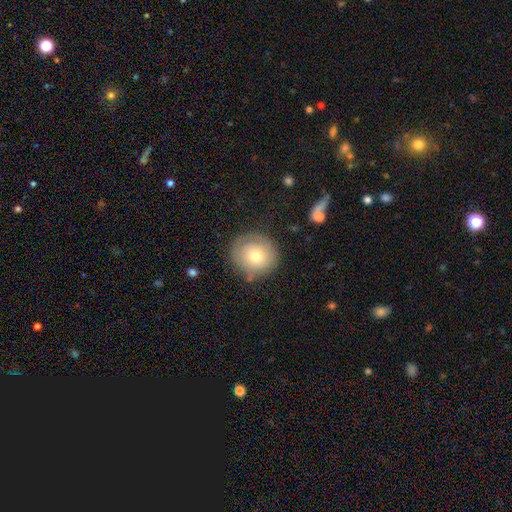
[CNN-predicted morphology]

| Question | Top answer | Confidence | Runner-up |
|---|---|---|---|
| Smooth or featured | smooth | 69% | featured or disk (23%) |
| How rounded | round | 90% | in between (9%) |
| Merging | none | 74% | minor disturbance (18%) |